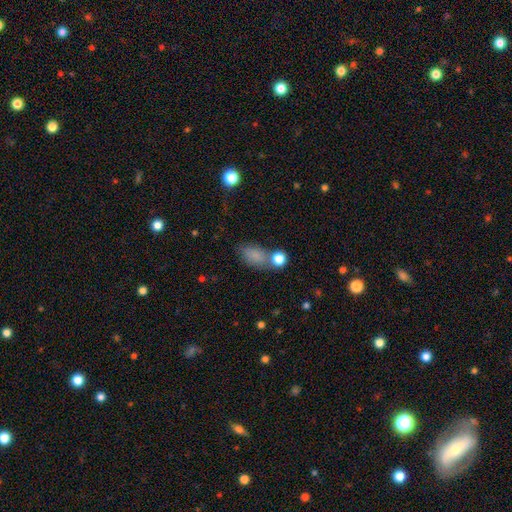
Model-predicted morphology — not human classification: The model was most divided on "merging": none: 53%, merger: 19%, minor disturbance: 19%, major disturbance: 9%. More confident: how rounded — in between (84%); smooth or featured — smooth (80%).